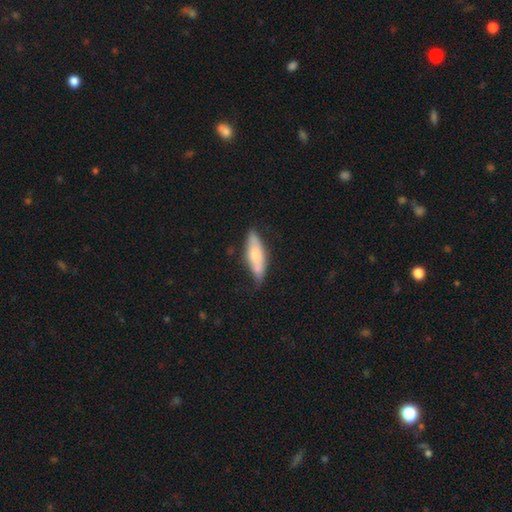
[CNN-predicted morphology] This is likely a smooth galaxy (63%). How rounded: possibly in between (50%). Merging: possibly none (55%).